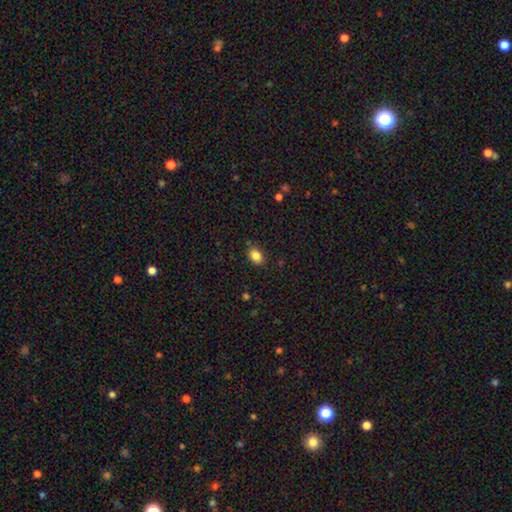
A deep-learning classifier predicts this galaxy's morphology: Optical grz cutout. It shows a smooth galaxy with no disk features (85%) that is in between round and cigar-shaped (77%). Merging: none (83%).